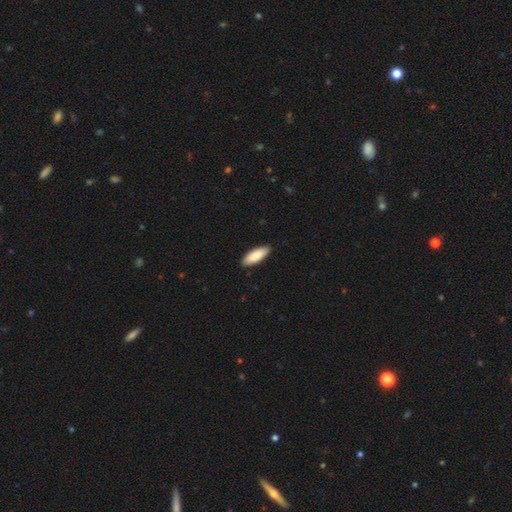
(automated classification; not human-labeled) smooth 87%, featured or disk 7%, star or artifact 5%. Down the decision tree: how rounded — in between (67%); merging — none (89%).